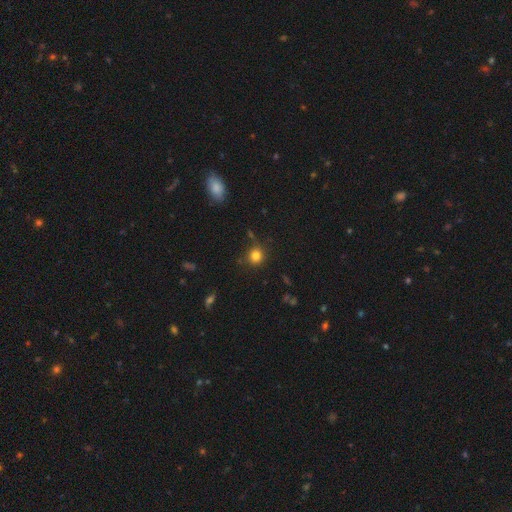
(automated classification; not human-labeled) Smooth or featured? Predicted: smooth (p=0.82). How rounded? Predicted: round (p=0.90). Merging? Predicted: none (p=0.81).